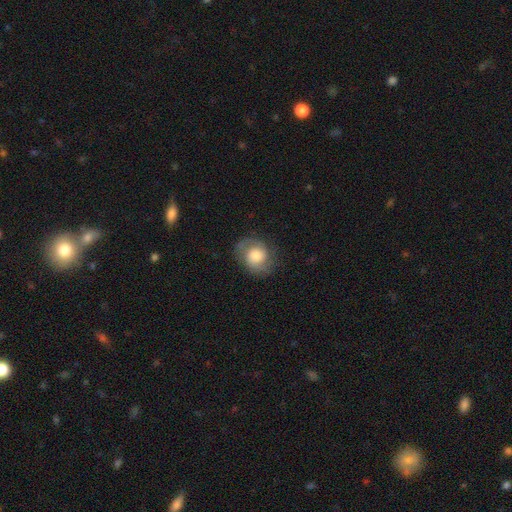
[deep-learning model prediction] Morphology: type=featured or disk (50%); edge-on=no (97%); merging=none (76%).